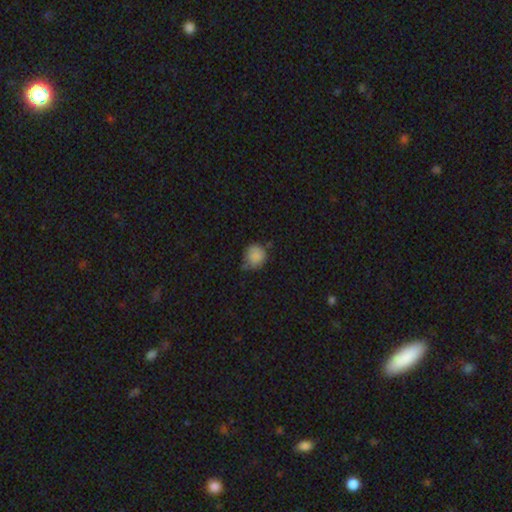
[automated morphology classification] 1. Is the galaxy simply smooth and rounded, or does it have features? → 85% smooth, 9% star or artifact, 6% featured or disk.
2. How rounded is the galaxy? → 86% round, 13% in between, 1% cigar-shaped.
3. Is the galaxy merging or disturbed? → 60% none, 29% minor disturbance, 6% major disturbance, 5% merger.